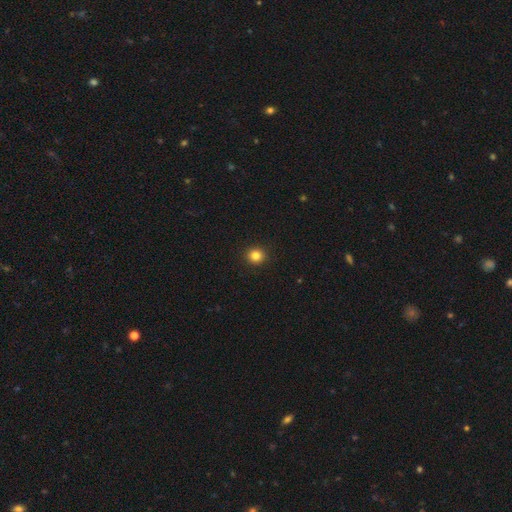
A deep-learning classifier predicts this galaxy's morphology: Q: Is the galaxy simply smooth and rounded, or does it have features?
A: smooth — 83%.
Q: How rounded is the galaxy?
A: round — 92%.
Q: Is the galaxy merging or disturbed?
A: none — 93%.